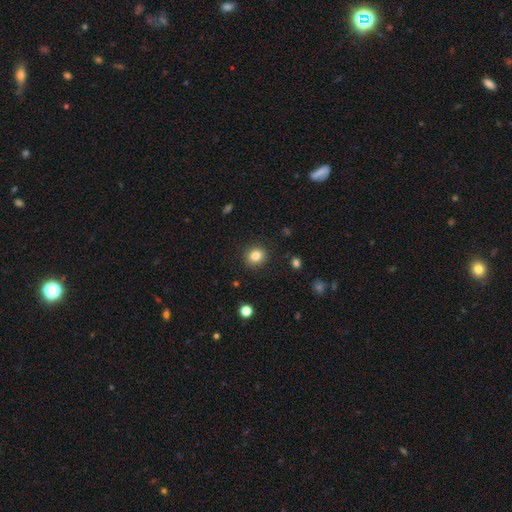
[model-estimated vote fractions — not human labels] Smooth or featured: smooth — 83% (star or artifact — 11%)
How rounded: round — 82% (in between — 17%)
Merging: none — 90% (minor disturbance — 7%)